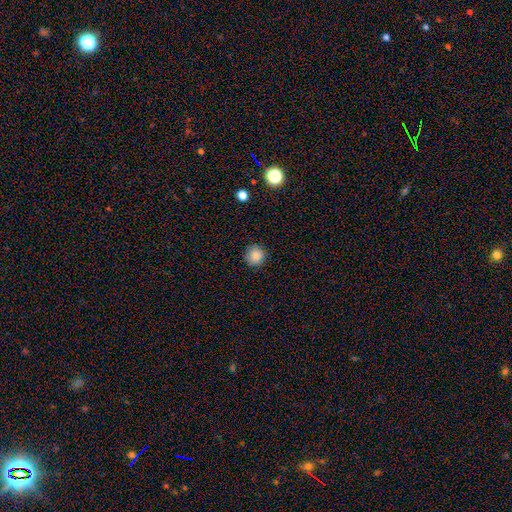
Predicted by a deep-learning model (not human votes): This is clearly a smooth galaxy (86%). How rounded: clearly round (94%). Merging: clearly none (90%).